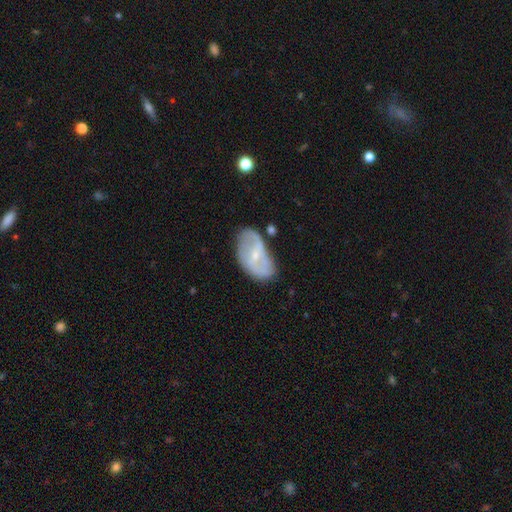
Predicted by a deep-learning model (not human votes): Q: Smooth or featured?
A: featured or disk (63%); runner-up: smooth (30%)
Q: Edge-on disk?
A: no (94%); runner-up: yes (6%)
Q: Bar?
A: weak (42%); runner-up: no (35%)
Q: Spiral arms?
A: yes (59%); runner-up: no (41%)
Q: Bulge size?
A: small (71%); runner-up: moderate (23%)
Q: Merging?
A: none (52%); runner-up: minor disturbance (29%)